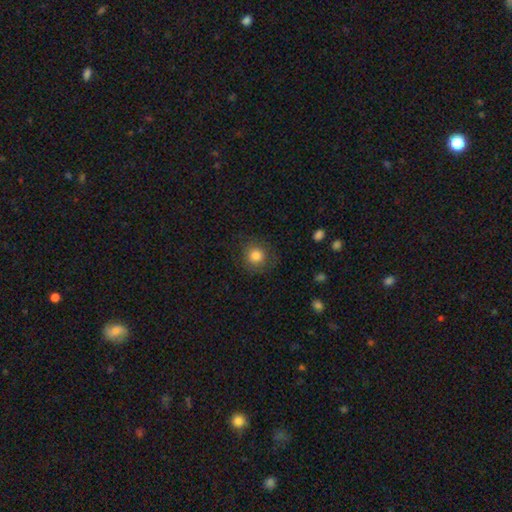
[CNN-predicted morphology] smooth_or_featured: smooth (p=0.82) [alt: star or artifact p=0.11]
how_rounded: round (p=0.92) [alt: in between p=0.08]
merging: none (p=0.84) [alt: minor disturbance p=0.11]